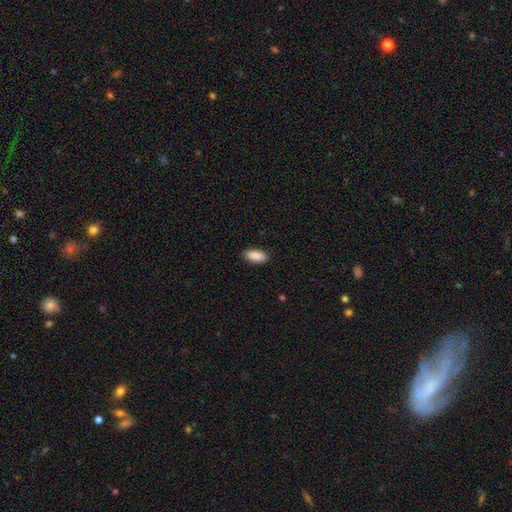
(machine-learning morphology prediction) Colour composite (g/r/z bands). It shows a smooth galaxy with no disk features (90%) that is in between round and cigar-shaped (87%). Merging: none (88%).